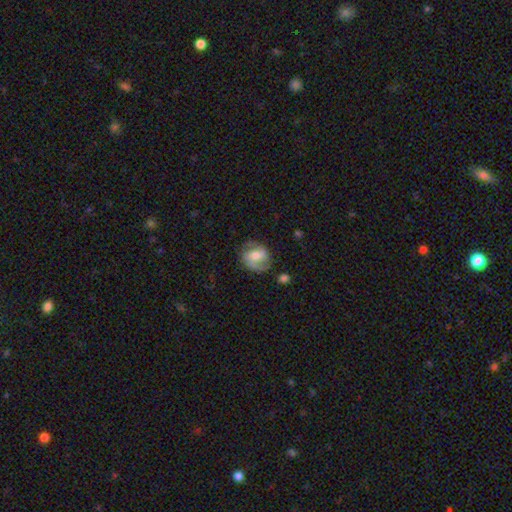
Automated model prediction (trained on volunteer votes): Smooth or featured? Predicted: featured or disk (p=0.62). Edge-on disk? Predicted: no (p=0.97). Bar? Predicted: weak (p=0.44). Spiral arms? Predicted: yes (p=0.84). Spiral winding? Predicted: medium (p=0.46). Spiral arm count? Predicted: 2 (p=0.81). Bulge size? Predicted: moderate (p=0.61). Merging? Predicted: none (p=0.71).